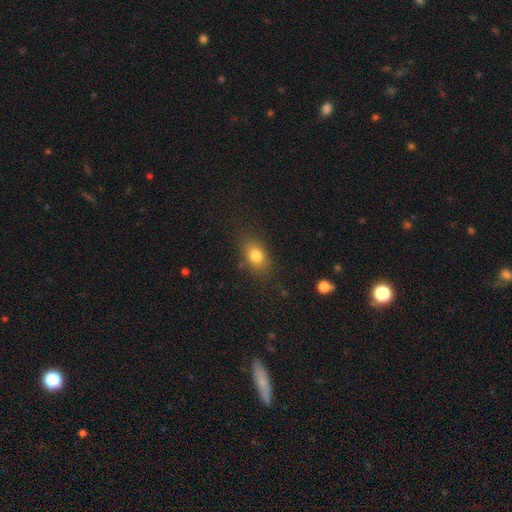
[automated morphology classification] type=smooth (80%); roundness=in between (75%); merging=none (79%).